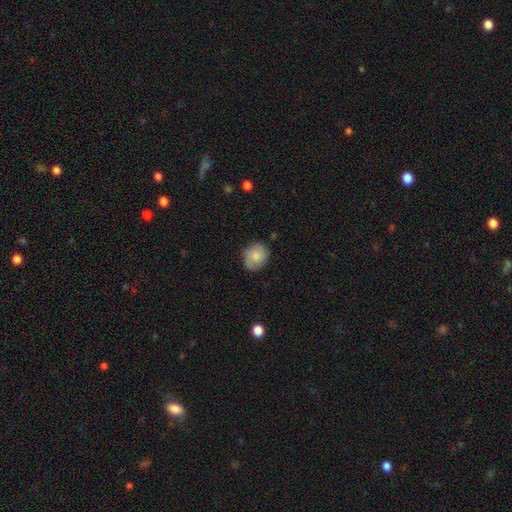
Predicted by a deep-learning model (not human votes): Smooth or featured? smooth (78%)
How rounded? round (63%)
Merging? none (74%)